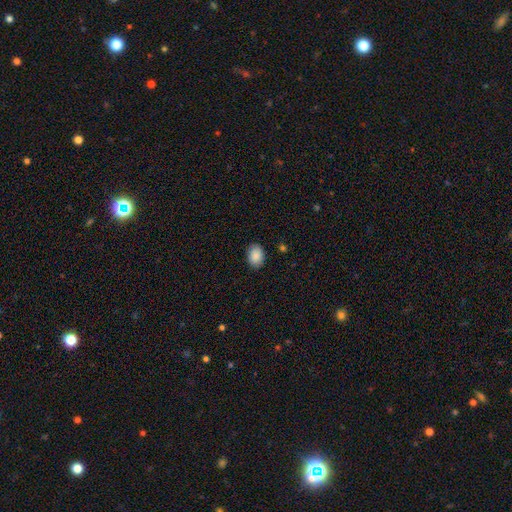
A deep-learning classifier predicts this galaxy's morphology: This appears to be a smooth galaxy with no disk features (89%) that is in between round and cigar-shaped (78%). Merging: none (87%).